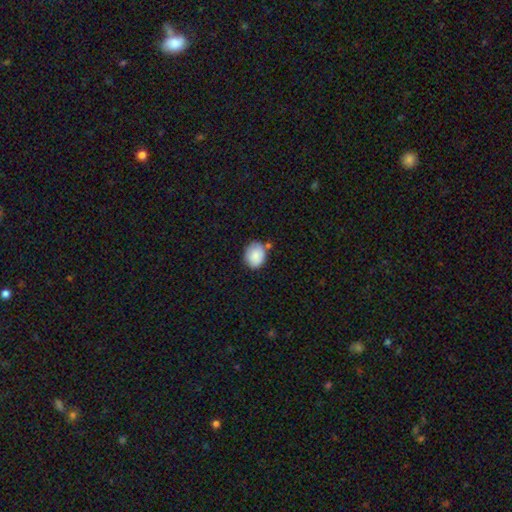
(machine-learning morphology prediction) Smooth or featured: smooth — 85% (star or artifact — 7%)
How rounded: round — 53% (in between — 47%)
Merging: none — 68% (minor disturbance — 20%)